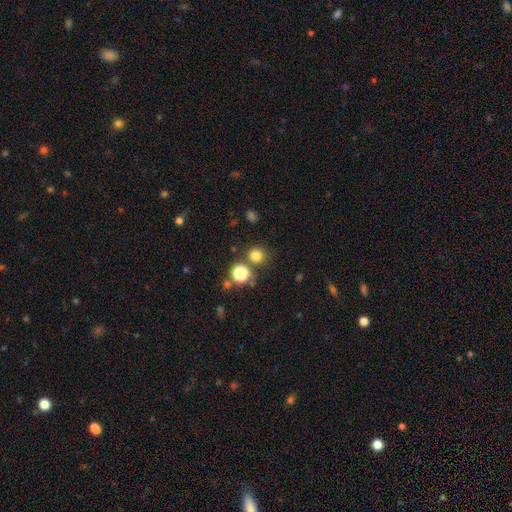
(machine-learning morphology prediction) smooth-or-featured: smooth: 77% | star or artifact: 18% | featured or disk: 5%
  how-rounded: round: 91% | in between: 8% | cigar-shaped: 1%
  merging: none: 79% | merger: 10% | minor disturbance: 7% | major disturbance: 3%